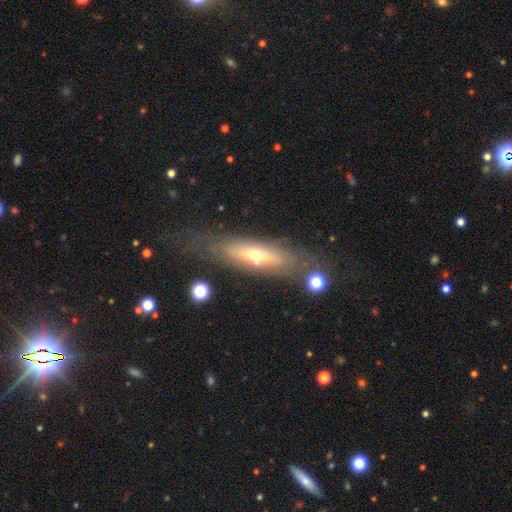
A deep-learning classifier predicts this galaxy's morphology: Overall: featured or disk (54%; smooth 38%). Edge-on disk: yes (60%; no 40%). Merging: none (71%).